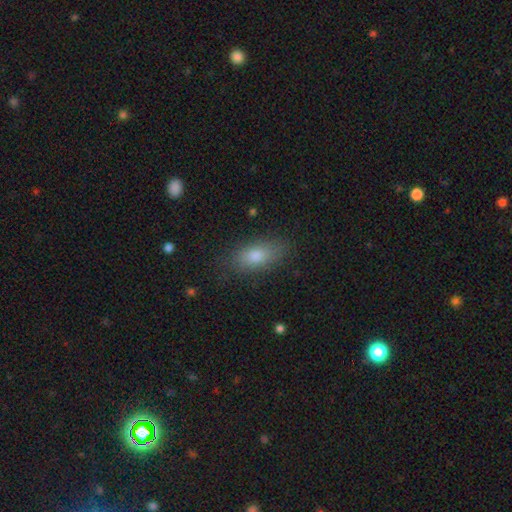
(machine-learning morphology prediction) This is likely a smooth galaxy (78%). How rounded: clearly in between (83%). Merging: clearly none (82%).